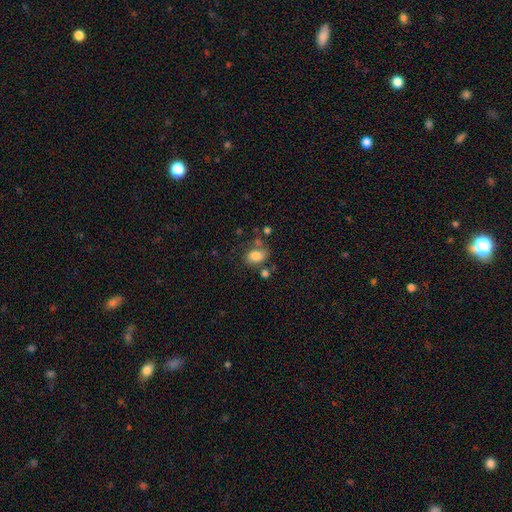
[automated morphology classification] A smooth galaxy with no disk features (81%) that is in between round and cigar-shaped (77%).

Vote fractions:
- Smooth or featured? smooth: 81% / star or artifact: 10% / featured or disk: 10%
- How rounded? in between: 77% / round: 21% / cigar-shaped: 1%
- Merging? none: 55% / minor disturbance: 21% / merger: 14% / major disturbance: 10%